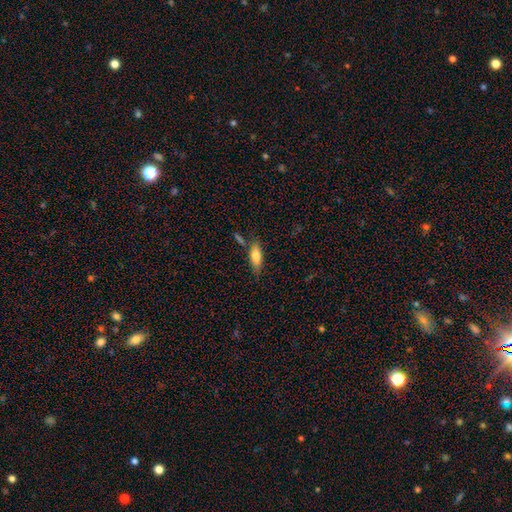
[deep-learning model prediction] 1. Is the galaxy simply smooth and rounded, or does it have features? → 75% smooth, 18% featured or disk, 7% star or artifact.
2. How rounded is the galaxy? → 65% in between, 33% cigar-shaped, 2% round.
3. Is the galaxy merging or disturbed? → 70% none, 17% minor disturbance, 9% merger, 4% major disturbance.